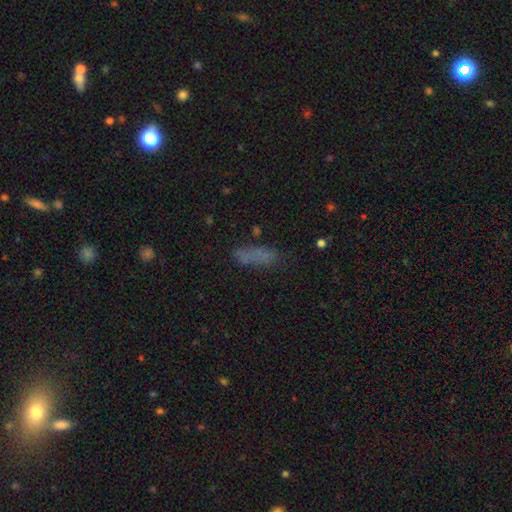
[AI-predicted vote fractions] A smooth galaxy with no disk features (72%) that is in between round and cigar-shaped (49%). Merging: none (66%).